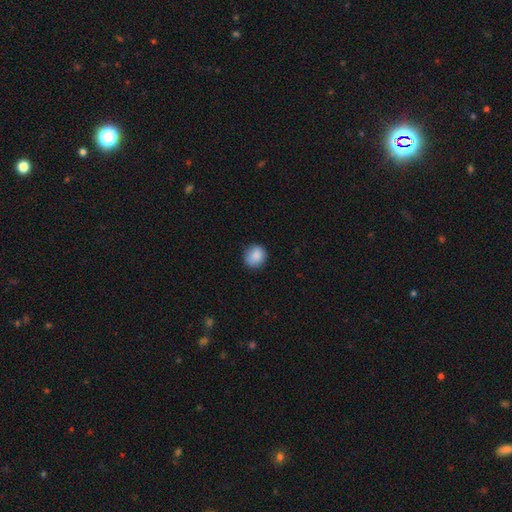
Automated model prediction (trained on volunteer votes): Q: Smooth or featured?
A: smooth (88%); runner-up: star or artifact (8%)
Q: How rounded?
A: round (82%); runner-up: in between (17%)
Q: Merging?
A: none (82%); runner-up: minor disturbance (15%)